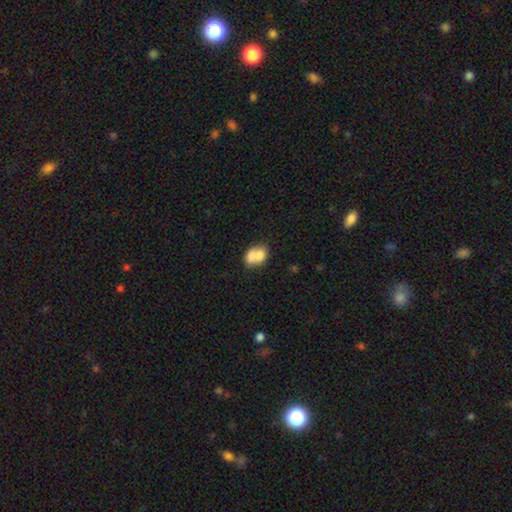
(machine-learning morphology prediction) Smooth or featured? smooth (68%)
How rounded? in between (62%)
Merging? merger (62%)